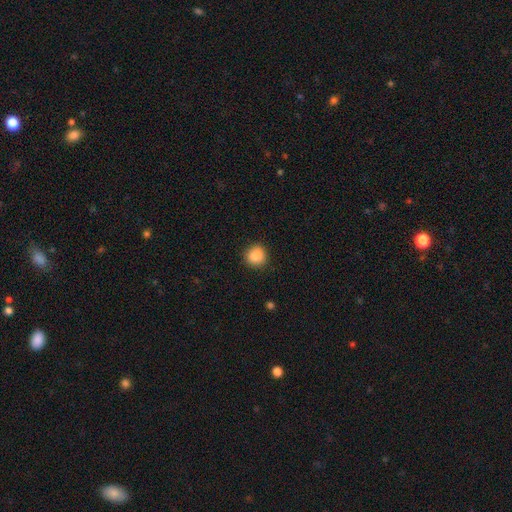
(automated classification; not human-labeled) Smooth or featured?
  - smooth: 88% *
  - star or artifact: 9%
  - featured or disk: 3%
How rounded?
  - round: 89% *
  - in between: 10%
  - cigar-shaped: 1%
Merging?
  - none: 87% *
  - minor disturbance: 9%
  - major disturbance: 2%
  - merger: 1%